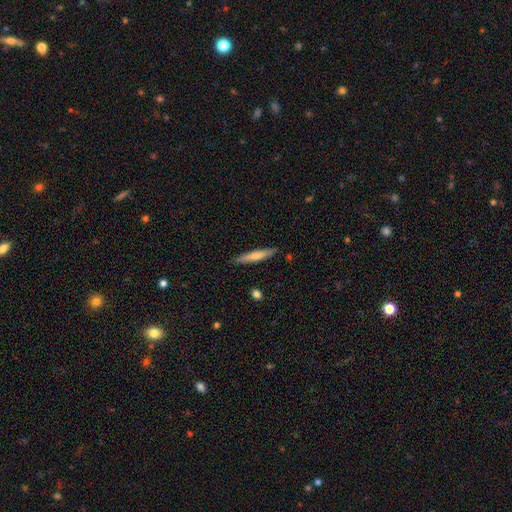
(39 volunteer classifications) Smooth or featured? smooth (62%)
How rounded? cigar-shaped (96%)
Merging? none (95%)